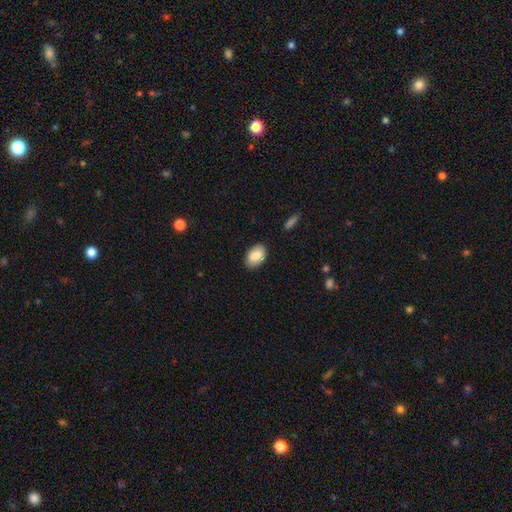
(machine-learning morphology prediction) Smooth or featured: smooth — 85% (featured or disk — 9%)
How rounded: in between — 90% (round — 9%)
Merging: none — 86% (minor disturbance — 10%)